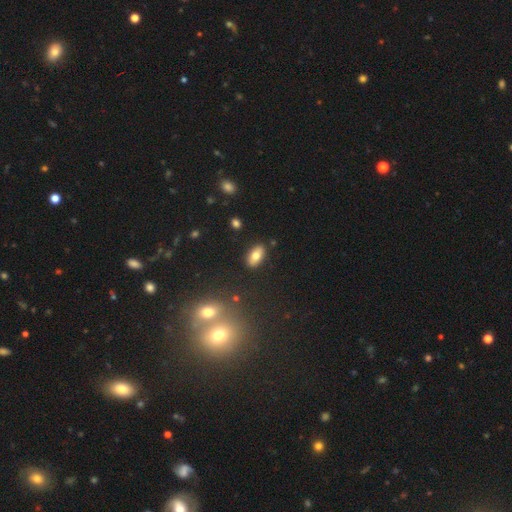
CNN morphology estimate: This is likely a smooth galaxy (75%). How rounded: clearly in between (91%). Merging: clearly none (87%).